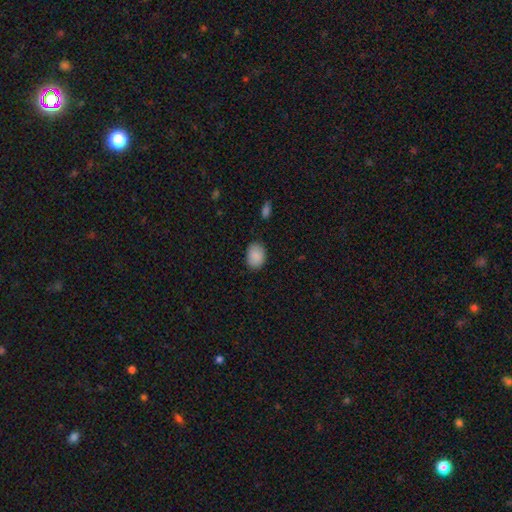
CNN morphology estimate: Smooth or featured? Predicted: smooth (p=0.89). How rounded? Predicted: in between (p=0.75). Merging? Predicted: none (p=0.84).